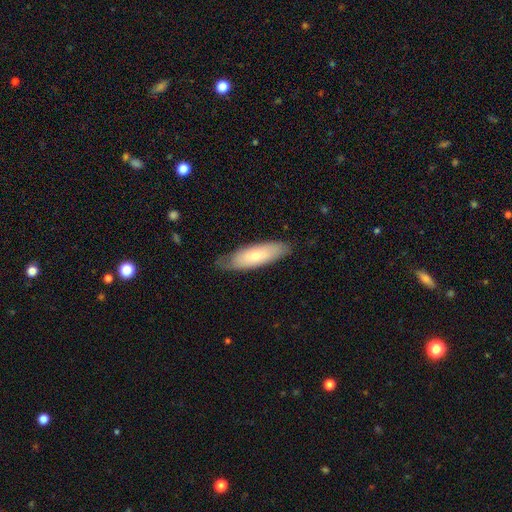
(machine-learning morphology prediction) smooth_or_featured: smooth (p=0.66) [alt: featured or disk p=0.28]
how_rounded: in between (p=0.55) [alt: cigar-shaped p=0.44]
merging: none (p=0.75) [alt: minor disturbance p=0.20]